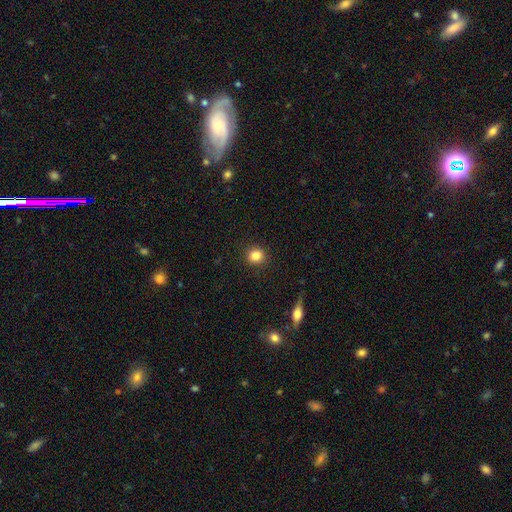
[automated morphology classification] Q: Smooth or featured?
A: smooth (84%); runner-up: star or artifact (11%)
Q: How rounded?
A: round (90%); runner-up: in between (9%)
Q: Merging?
A: none (91%); runner-up: minor disturbance (6%)